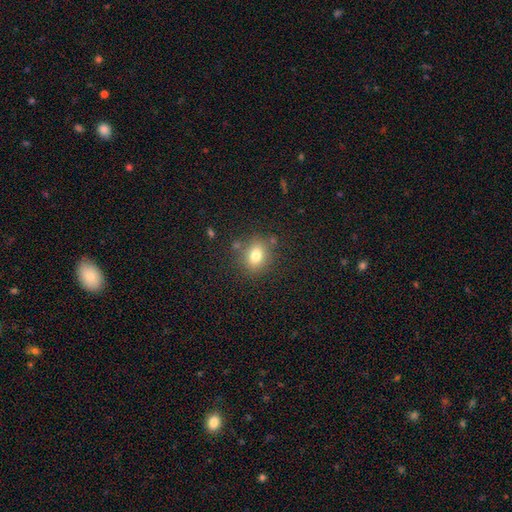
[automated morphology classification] smooth 77%, star or artifact 12%, featured or disk 11%. Down the decision tree: how rounded — round (58%); merging — none (79%).